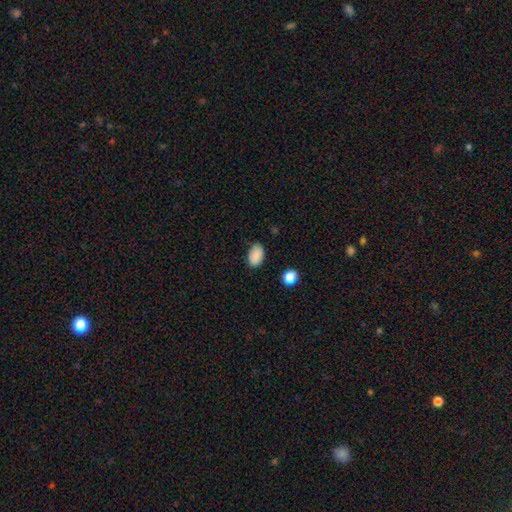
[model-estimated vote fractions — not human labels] Smooth or featured? Predicted: smooth (p=0.88). How rounded? Predicted: in between (p=0.89). Merging? Predicted: none (p=0.81).